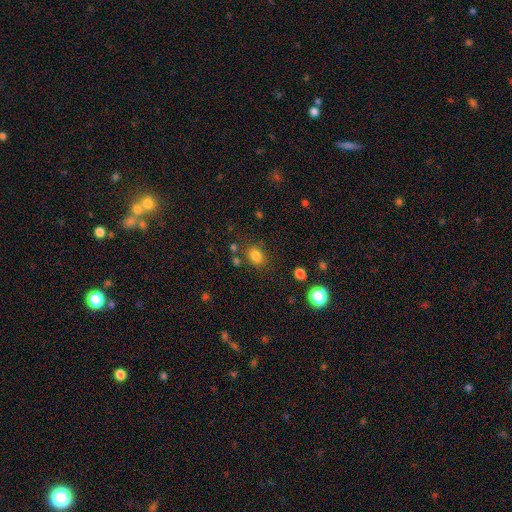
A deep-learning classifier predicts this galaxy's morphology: Smooth or featured: smooth — 81% (star or artifact — 13%)
How rounded: in between — 56% (round — 43%)
Merging: none — 78% (minor disturbance — 12%)